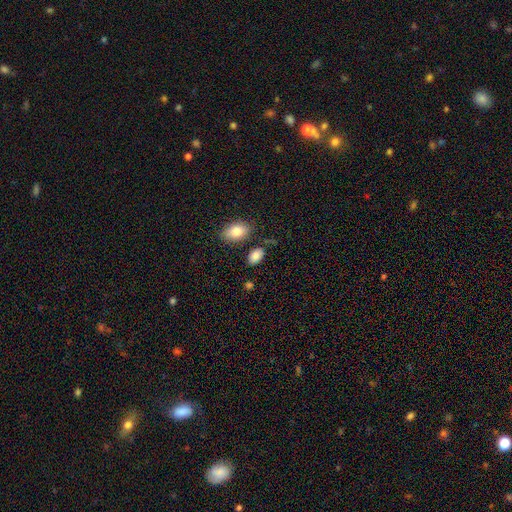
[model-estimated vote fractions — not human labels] This is clearly a smooth galaxy (86%). How rounded: clearly in between (92%). Merging: likely none (76%).